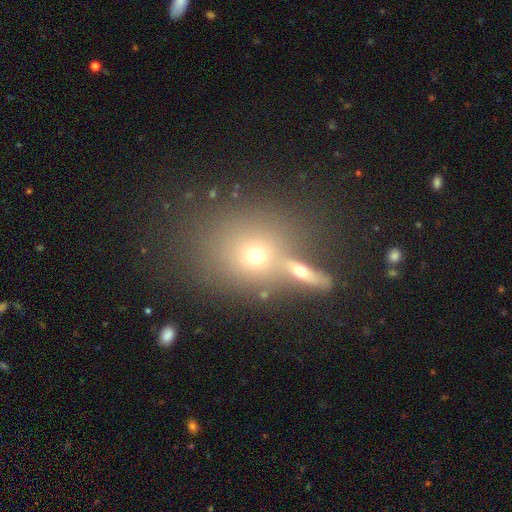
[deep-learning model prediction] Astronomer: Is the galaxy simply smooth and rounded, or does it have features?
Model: smooth — 59%.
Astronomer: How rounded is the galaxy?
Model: round — 67%.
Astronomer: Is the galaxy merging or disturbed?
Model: none — 51% (runner-up: merger, 31%).